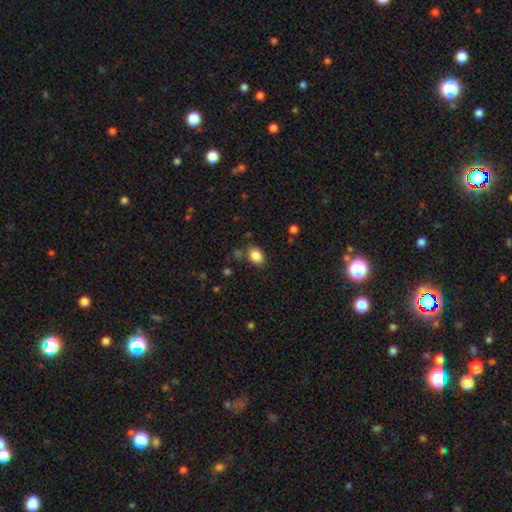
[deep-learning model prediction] Smooth or featured? smooth (86%)
How rounded? in between (73%)
Merging? none (78%)